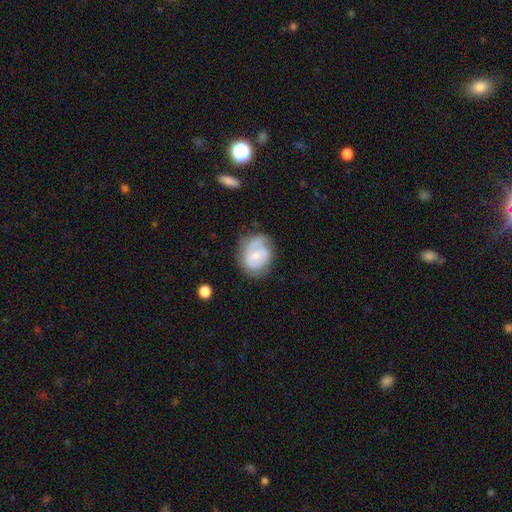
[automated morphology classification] Smooth or featured?
  - featured or disk: 55% *
  - smooth: 38%
  - star or artifact: 7%
Edge-on disk?
  - no: 97% *
  - yes: 3%
Bar?
  - no: 70% *
  - weak: 26%
  - strong: 4%
Spiral arms?
  - yes: 72% *
  - no: 28%
Bulge size?
  - small: 56% *
  - moderate: 37%
  - none: 4%
  - large: 2%
  - dominant: 1%
Merging?
  - none: 53% *
  - minor disturbance: 28%
  - major disturbance: 16%
  - merger: 3%